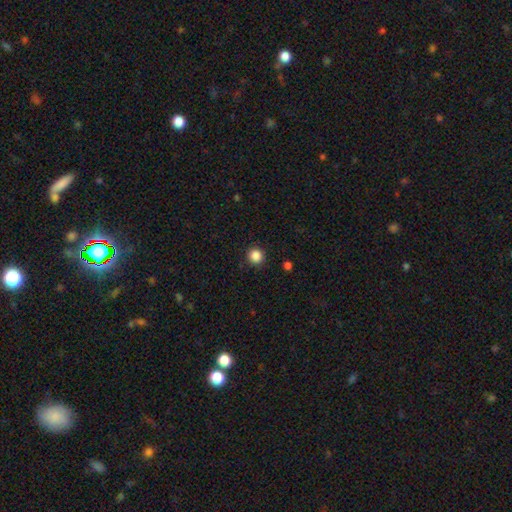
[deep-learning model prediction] smooth_or_featured: smooth (p=0.86) [alt: star or artifact p=0.11]
how_rounded: round (p=0.94) [alt: in between p=0.05]
merging: none (p=0.91) [alt: minor disturbance p=0.06]